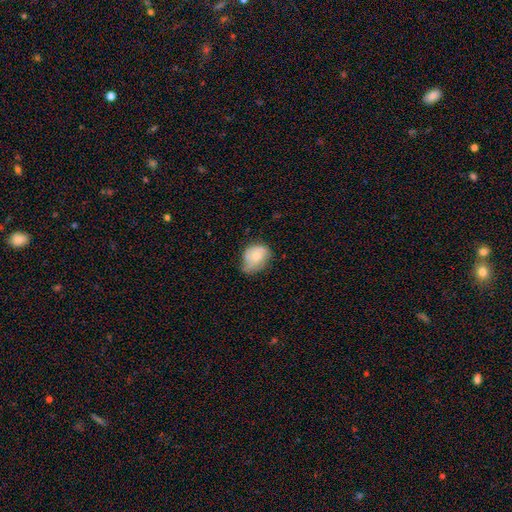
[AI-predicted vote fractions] smooth 57%, featured or disk 36%, star or artifact 7%. Down the decision tree: how rounded — in between (54%); merging — minor disturbance (43%).